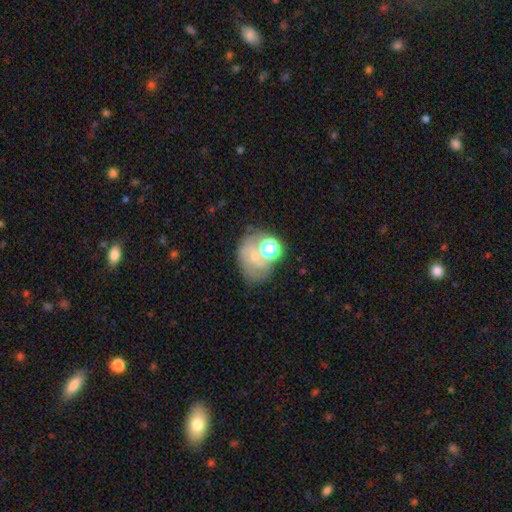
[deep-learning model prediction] Smooth or featured: smooth — 43% (featured or disk — 39%)
Merging: none — 39% (merger — 27%)